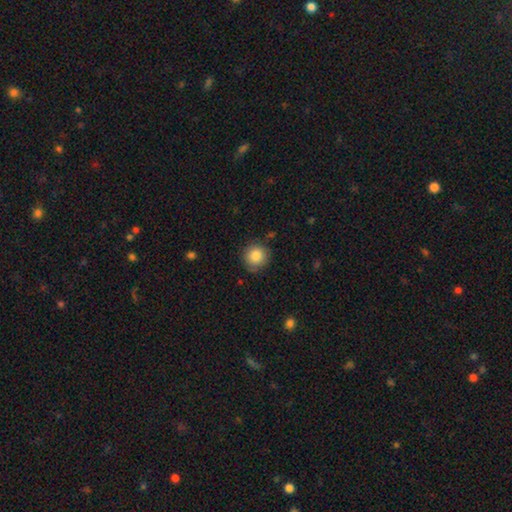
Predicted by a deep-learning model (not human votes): Q: Smooth or featured?
A: smooth (84%); runner-up: star or artifact (9%)
Q: How rounded?
A: round (93%); runner-up: in between (6%)
Q: Merging?
A: none (85%); runner-up: minor disturbance (11%)